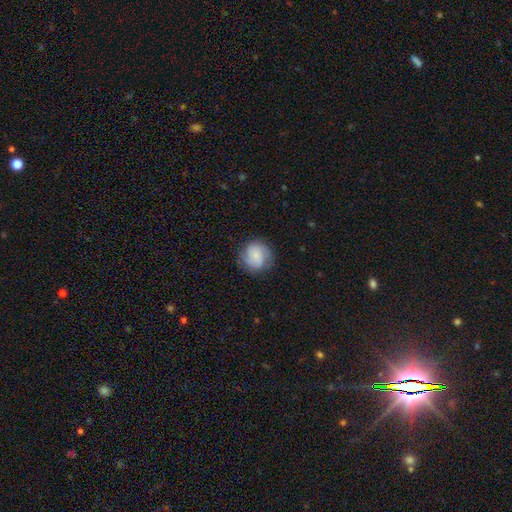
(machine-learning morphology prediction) Smooth or featured? Predicted: smooth (p=0.52). How rounded? Predicted: round (p=0.87). Merging? Predicted: none (p=0.78).